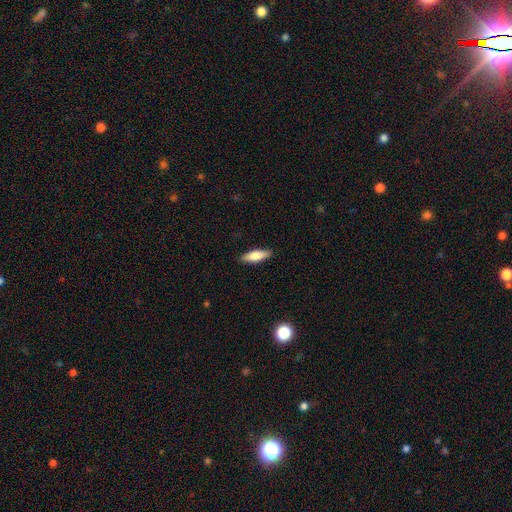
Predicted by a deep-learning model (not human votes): Smooth or featured? Predicted: smooth (p=0.76). How rounded? Predicted: in between (p=0.50). Merging? Predicted: none (p=0.88).